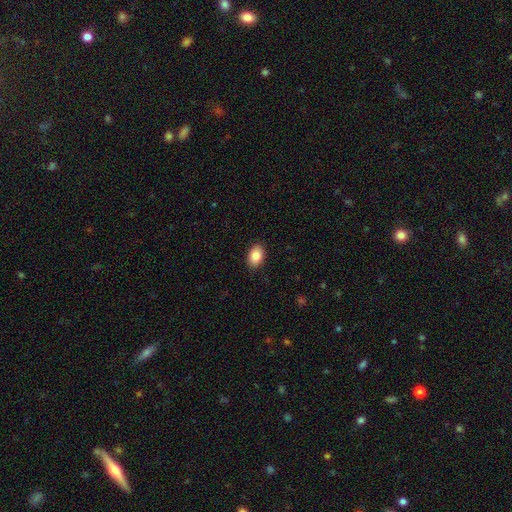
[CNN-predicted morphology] Smooth or featured?
  - smooth: 87% *
  - star or artifact: 7%
  - featured or disk: 6%
How rounded?
  - in between: 86% *
  - round: 13%
  - cigar-shaped: 1%
Merging?
  - none: 89% *
  - minor disturbance: 8%
  - major disturbance: 2%
  - merger: 1%